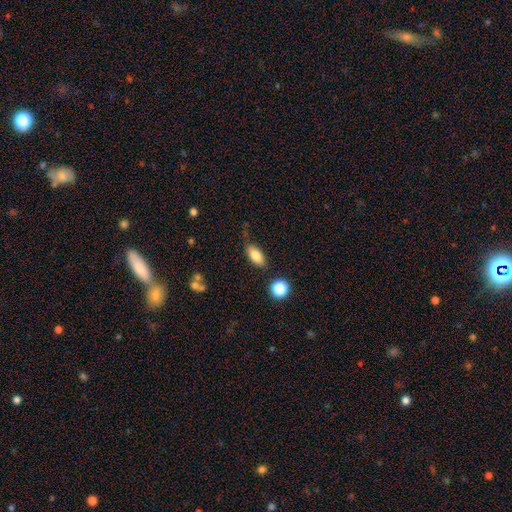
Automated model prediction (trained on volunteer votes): Overall: smooth (81%). How rounded: in between (87%). Merging: none (74%).